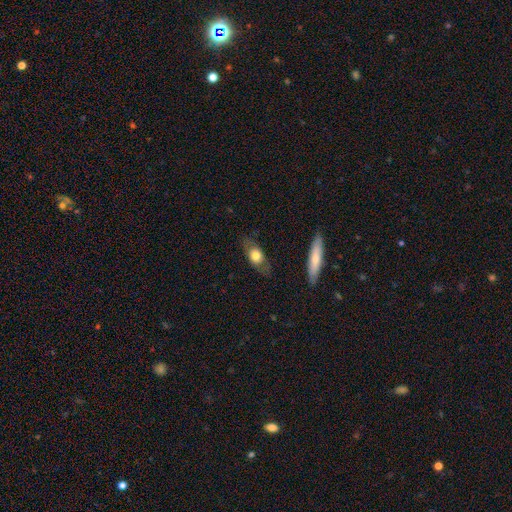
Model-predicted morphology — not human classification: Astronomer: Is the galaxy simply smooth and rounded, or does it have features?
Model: smooth — 60%.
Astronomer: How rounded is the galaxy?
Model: in between — 71%.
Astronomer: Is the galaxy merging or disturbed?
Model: none — 78%.